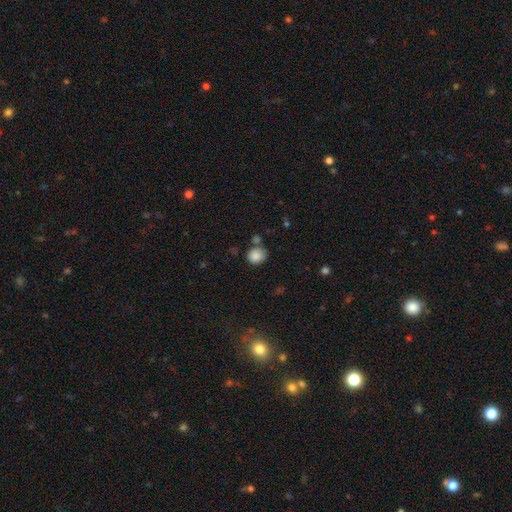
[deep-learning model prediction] smooth-or-featured: smooth: 86% | star or artifact: 9% | featured or disk: 5%
  how-rounded: round: 81% | in between: 18% | cigar-shaped: 1%
  merging: none: 69% | minor disturbance: 14% | merger: 13% | major disturbance: 4%